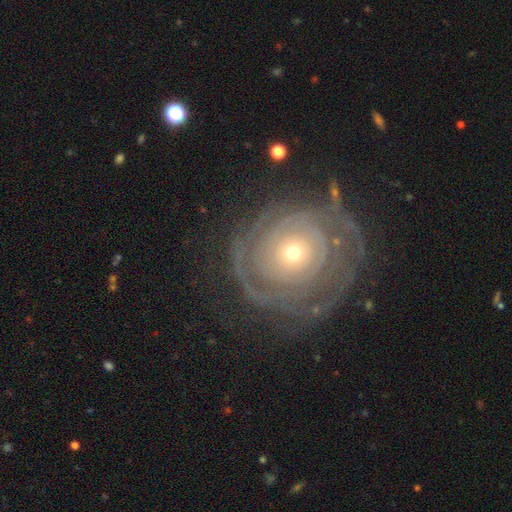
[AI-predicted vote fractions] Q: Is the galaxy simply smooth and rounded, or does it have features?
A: featured or disk — 77%.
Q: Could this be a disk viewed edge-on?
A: no — 96%.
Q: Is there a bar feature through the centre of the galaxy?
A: no — 85%.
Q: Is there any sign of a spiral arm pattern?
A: yes — 81%.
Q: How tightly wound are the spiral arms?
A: tight — 82%.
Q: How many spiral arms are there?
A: can't tell — 45%.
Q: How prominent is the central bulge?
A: small — 60%.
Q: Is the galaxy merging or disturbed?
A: none — 76%.